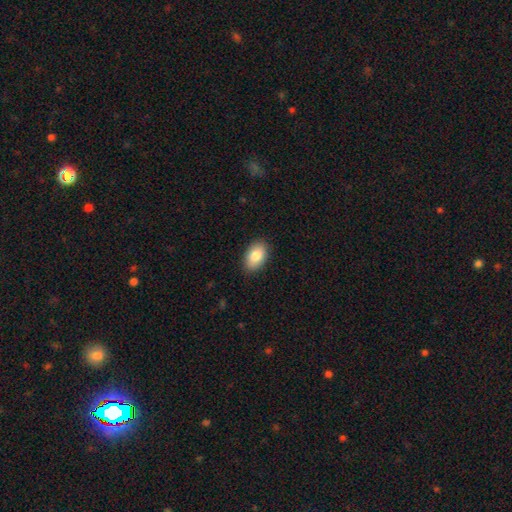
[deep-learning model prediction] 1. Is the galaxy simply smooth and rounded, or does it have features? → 85% smooth, 8% featured or disk, 7% star or artifact.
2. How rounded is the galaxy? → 92% in between, 7% round, 1% cigar-shaped.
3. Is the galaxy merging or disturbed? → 88% none, 9% minor disturbance, 2% major disturbance, 1% merger.